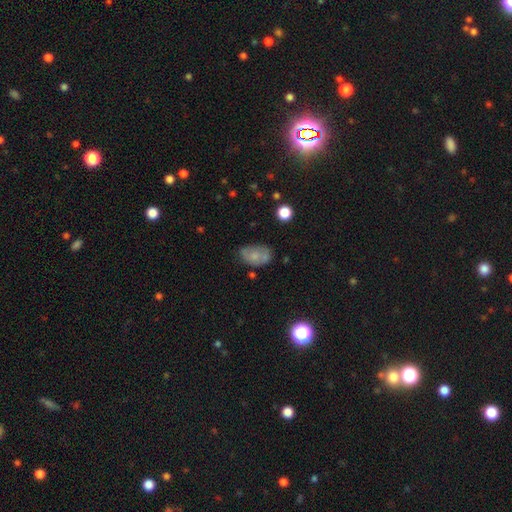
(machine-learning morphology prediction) Smooth or featured: smooth — 63% (featured or disk — 27%)
How rounded: in between — 86% (round — 12%)
Merging: none — 55% (minor disturbance — 27%)